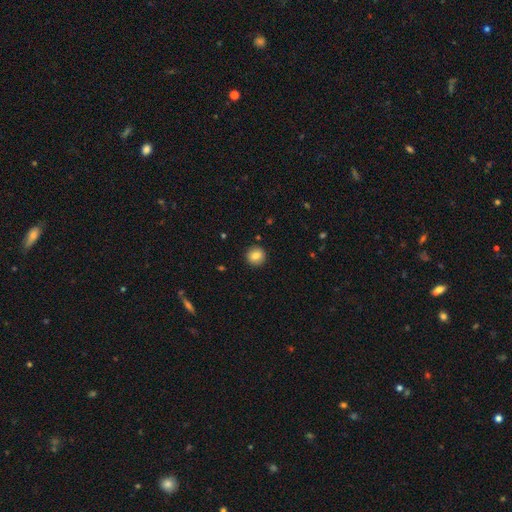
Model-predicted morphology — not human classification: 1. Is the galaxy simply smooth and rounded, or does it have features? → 83% smooth, 9% star or artifact, 8% featured or disk.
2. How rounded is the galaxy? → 92% round, 7% in between, 1% cigar-shaped.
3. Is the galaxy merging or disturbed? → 91% none, 6% minor disturbance, 2% major disturbance, 1% merger.